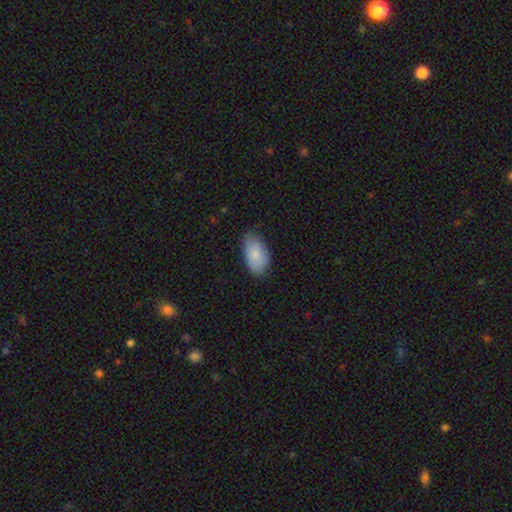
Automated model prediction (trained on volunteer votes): smooth_or_featured: smooth (p=0.83) [alt: featured or disk p=0.11]
how_rounded: in between (p=0.94) [alt: round p=0.04]
merging: none (p=0.74) [alt: minor disturbance p=0.21]